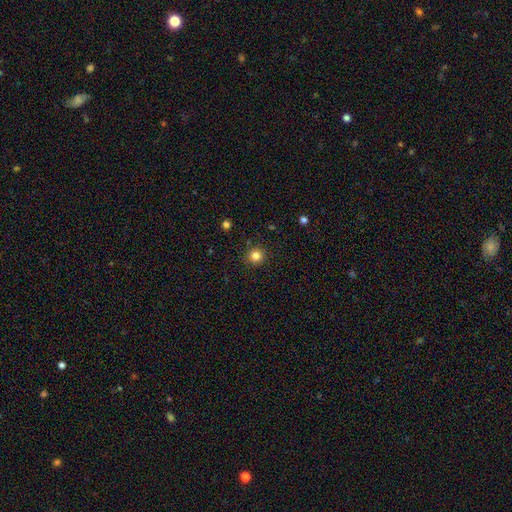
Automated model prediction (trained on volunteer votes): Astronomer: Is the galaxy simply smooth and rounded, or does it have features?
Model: smooth — 82%.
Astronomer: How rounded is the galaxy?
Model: round — 94%.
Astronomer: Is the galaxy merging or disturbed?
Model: none — 90%.